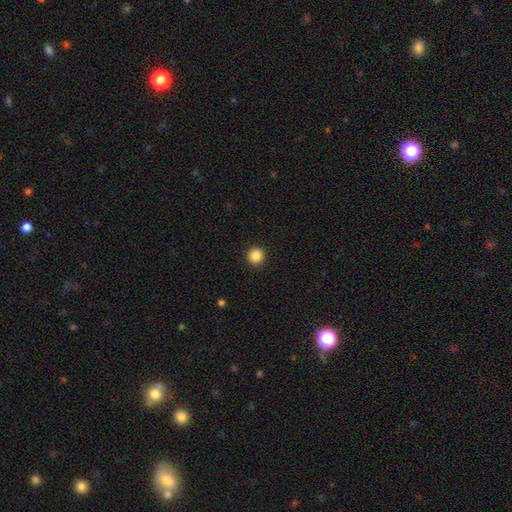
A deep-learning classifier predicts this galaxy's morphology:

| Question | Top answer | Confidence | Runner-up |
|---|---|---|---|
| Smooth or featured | smooth | 87% | star or artifact (10%) |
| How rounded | round | 96% | in between (3%) |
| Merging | none | 93% | minor disturbance (4%) |